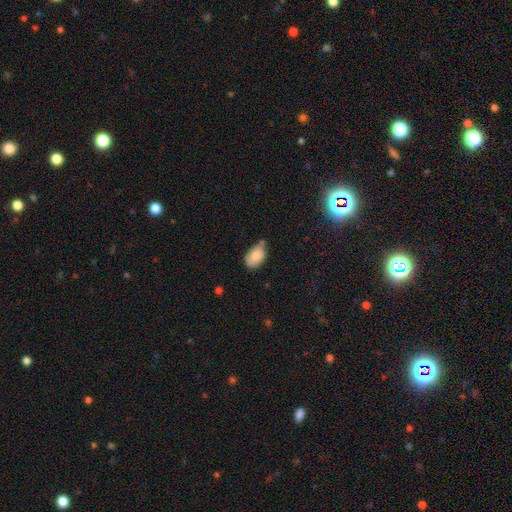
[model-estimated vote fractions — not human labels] smooth_or_featured: smooth (p=0.85) [alt: star or artifact p=0.08]
how_rounded: in between (p=0.89) [alt: round p=0.09]
merging: none (p=0.47) [alt: minor disturbance p=0.38]